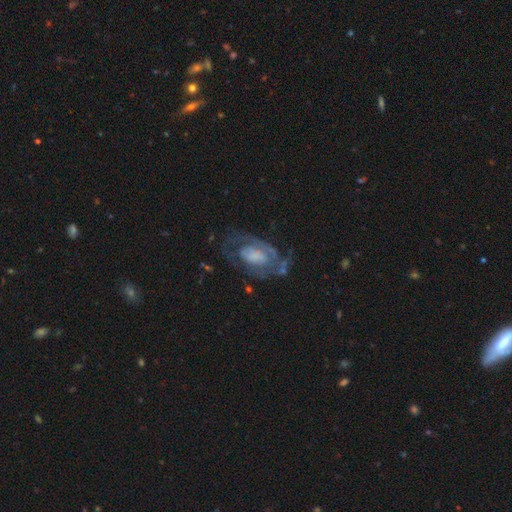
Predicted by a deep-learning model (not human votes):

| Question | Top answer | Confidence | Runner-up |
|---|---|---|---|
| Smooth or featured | featured or disk | 75% | smooth (18%) |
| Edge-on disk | no | 96% | yes (4%) |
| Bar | no | 69% | weak (25%) |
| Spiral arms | yes | 74% | no (26%) |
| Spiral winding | tight | 49% | medium (36%) |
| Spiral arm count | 2 | 40% | can't tell (34%) |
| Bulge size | large | 28% | none (27%) |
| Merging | none | 52% | major disturbance (23%) |